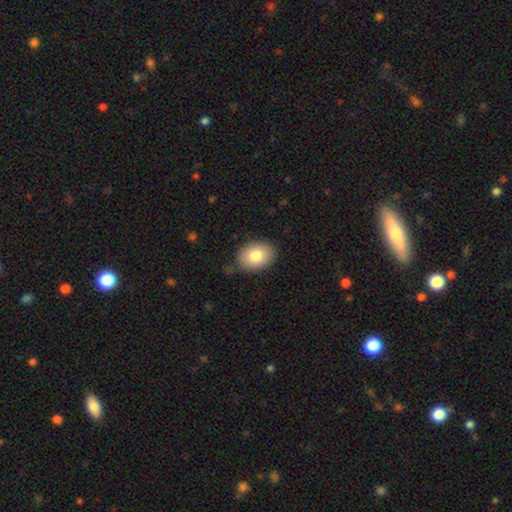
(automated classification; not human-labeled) Overall: smooth (82%). How rounded: in between (69%; round 30%). Merging: none (84%).